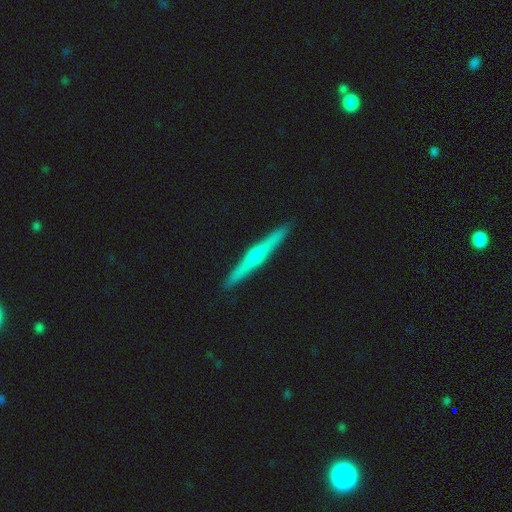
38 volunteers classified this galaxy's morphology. Smooth or featured? featured or disk (76%)
Edge-on disk? yes (100%)
Edge-on bulge? rounded (97%)
Merging? none (94%)